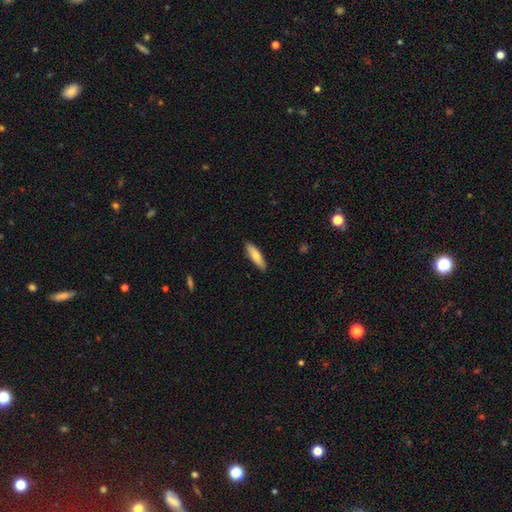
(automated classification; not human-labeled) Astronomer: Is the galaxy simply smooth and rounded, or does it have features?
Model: smooth — 76%.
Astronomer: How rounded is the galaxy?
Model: cigar-shaped — 66%.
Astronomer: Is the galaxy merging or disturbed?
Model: none — 90%.